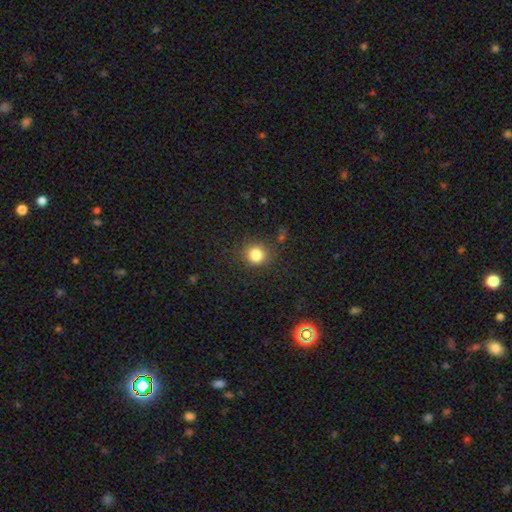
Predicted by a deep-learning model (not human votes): A smooth galaxy with no disk features (83%) that is round (86%). Merging: none (84%).